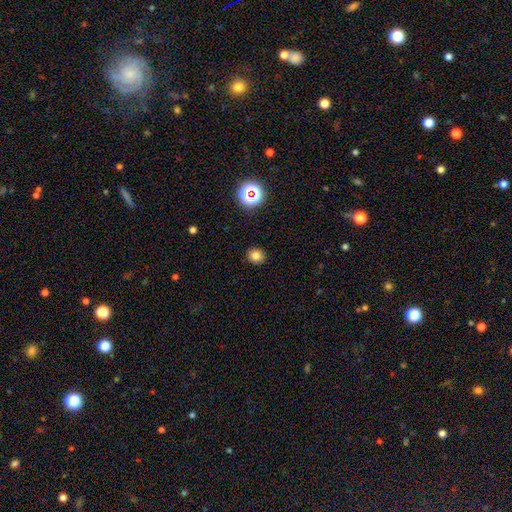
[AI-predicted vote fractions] smooth-or-featured: smooth: 77% | star or artifact: 16% | featured or disk: 7%
  how-rounded: round: 76% | in between: 23% | cigar-shaped: 1%
  merging: none: 90% | minor disturbance: 7% | major disturbance: 2% | merger: 1%